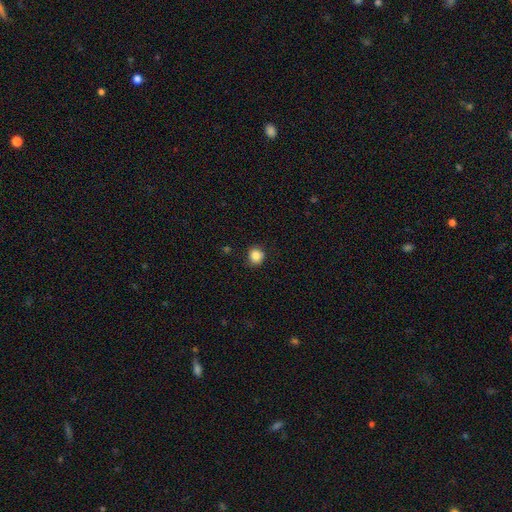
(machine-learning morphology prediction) Smooth or featured?
  - smooth: 85% *
  - star or artifact: 10%
  - featured or disk: 5%
How rounded?
  - round: 84% *
  - in between: 15%
  - cigar-shaped: 1%
Merging?
  - none: 85% *
  - minor disturbance: 12%
  - major disturbance: 2%
  - merger: 1%